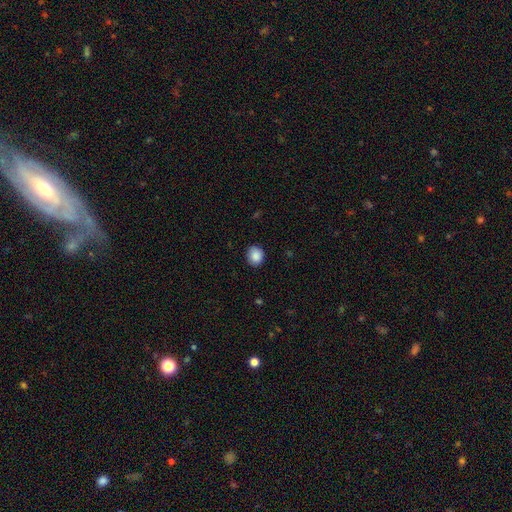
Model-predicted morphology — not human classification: Smooth or featured? Predicted: smooth (p=0.88). How rounded? Predicted: round (p=0.74). Merging? Predicted: none (p=0.88).